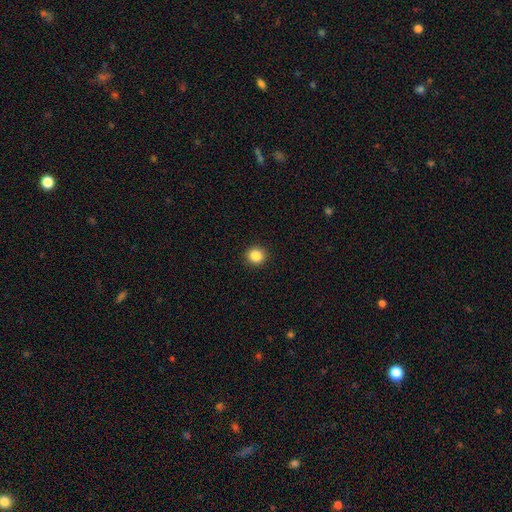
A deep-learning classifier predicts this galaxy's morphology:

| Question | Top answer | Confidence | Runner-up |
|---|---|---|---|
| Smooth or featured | smooth | 86% | star or artifact (10%) |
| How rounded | round | 92% | in between (7%) |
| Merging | none | 93% | minor disturbance (5%) |